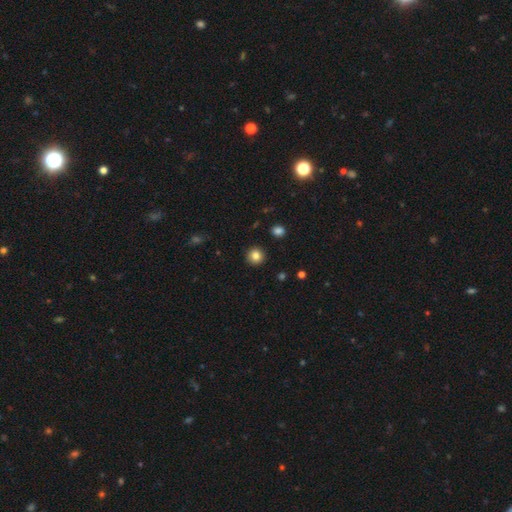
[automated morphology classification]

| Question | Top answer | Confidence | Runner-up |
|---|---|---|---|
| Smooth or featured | smooth | 84% | star or artifact (11%) |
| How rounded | round | 94% | in between (5%) |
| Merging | none | 93% | minor disturbance (5%) |